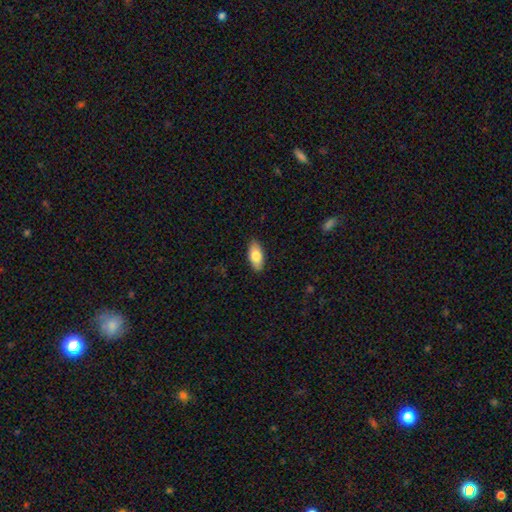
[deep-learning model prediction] This appears to be a smooth galaxy with no disk features (79%) that is in between round and cigar-shaped (90%). Merging: none (89%).